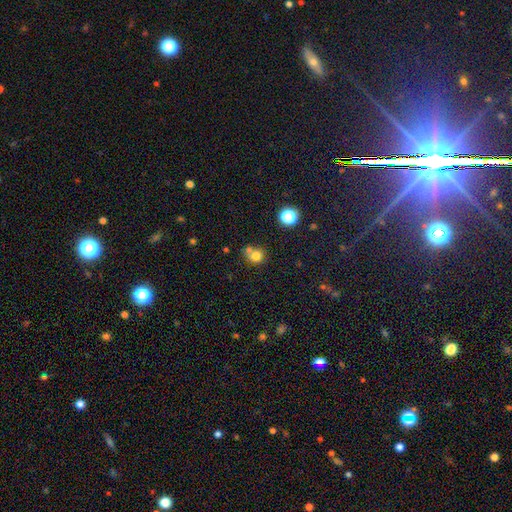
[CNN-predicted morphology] A smooth galaxy with no disk features (77%) that is round (80%). Merging: none (48%).